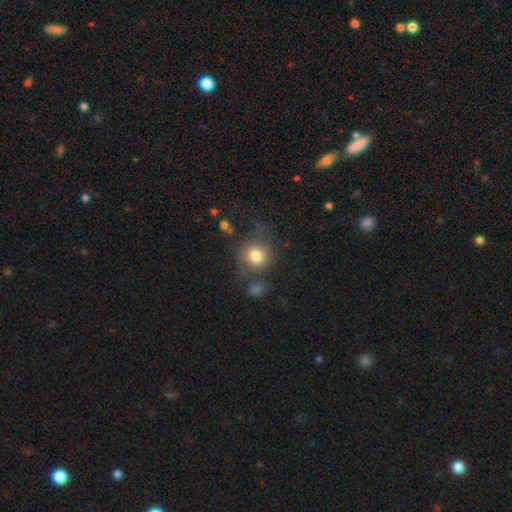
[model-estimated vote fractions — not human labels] This is likely a smooth galaxy (76%). How rounded: clearly round (83%). Merging: possibly none (52%).